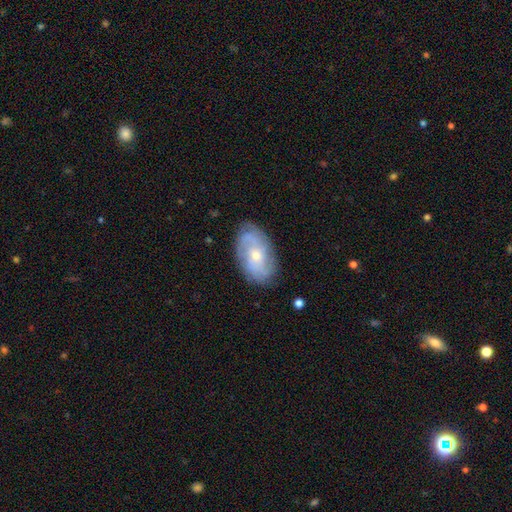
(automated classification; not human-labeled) smooth-or-featured: featured or disk: 74% | smooth: 19% | star or artifact: 7%
  disk-edge-on: no: 95% | yes: 5%
    bar: no: 73% | weak: 23% | strong: 4%
    has-spiral-arms: yes: 91% | no: 9%
      spiral-winding: tight: 55% | medium: 33% | loose: 12%
      spiral-arm-count: can't tell: 39% | 3: 19% | 2: 17% | 4: 14% | more than 4: 6% | 1: 5%
    bulge-size: small: 58% | moderate: 39% | large: 2% | none: 1% | dominant: 1%
  merging: none: 80% | minor disturbance: 15% | major disturbance: 4% | merger: 1%